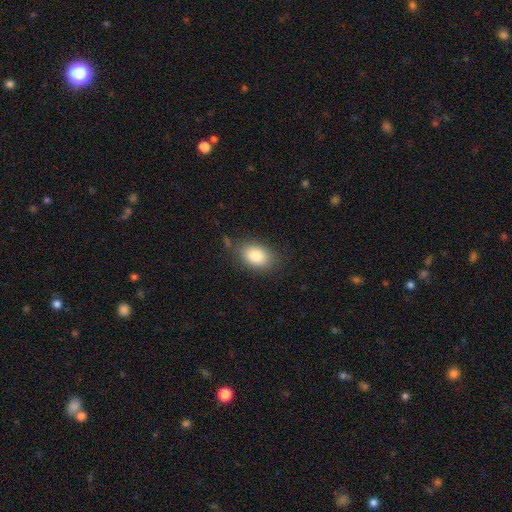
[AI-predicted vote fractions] This appears to be a smooth galaxy with no disk features (83%) that is in between round and cigar-shaped (83%). Merging: none (78%).